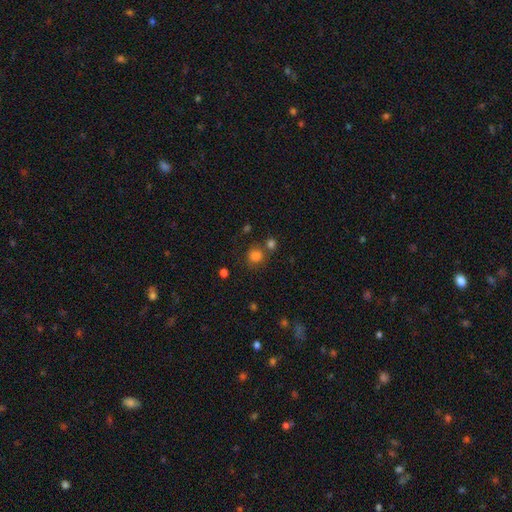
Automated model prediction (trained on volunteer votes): Overall: smooth (80%). How rounded: round (85%). Merging: none (65%).